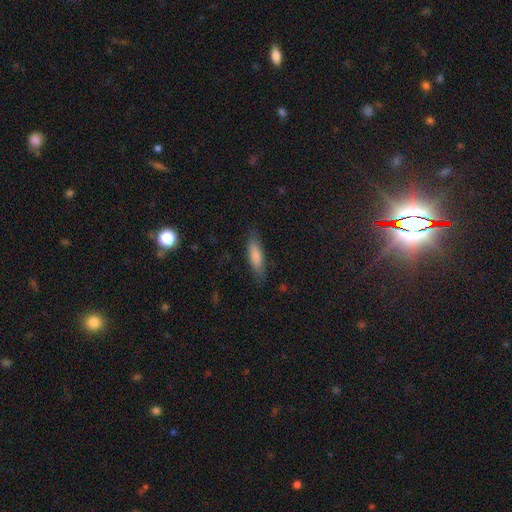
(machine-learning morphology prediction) Smooth or featured? Predicted: smooth (p=0.81). How rounded? Predicted: cigar-shaped (p=0.57). Merging? Predicted: none (p=0.81).